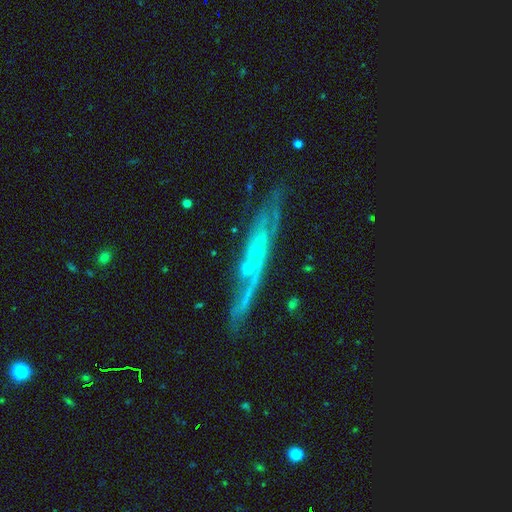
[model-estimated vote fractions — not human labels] The model was most divided on "edge-on disk": yes: 60%, no: 40%. More confident: smooth or featured — featured or disk (72%); merging — none (69%).